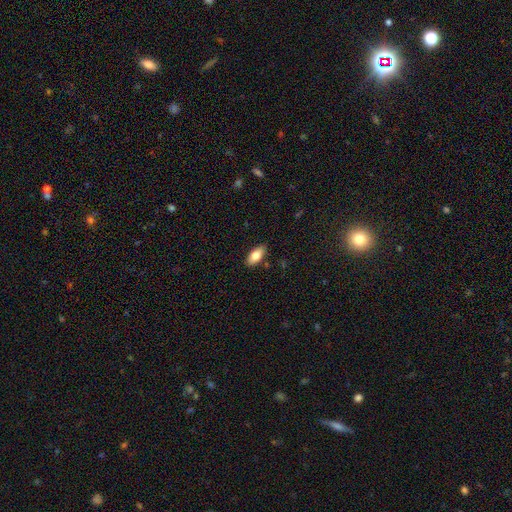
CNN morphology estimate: Smooth or featured? smooth (77%)
How rounded? in between (89%)
Merging? none (87%)